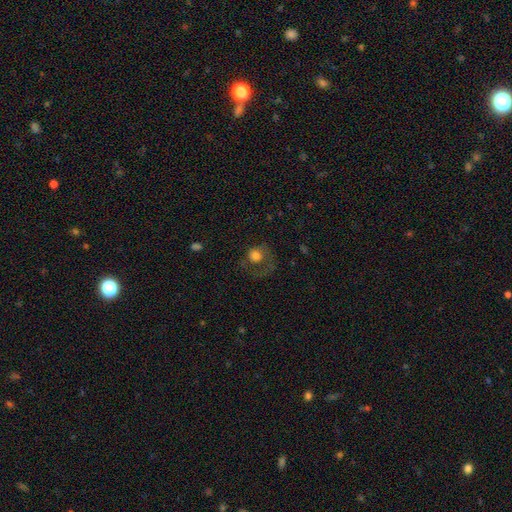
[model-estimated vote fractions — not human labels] The model was most divided on "merging": major disturbance: 41%, none: 38%, minor disturbance: 18%, merger: 3%. More confident: how rounded — round (79%); smooth or featured — smooth (68%).